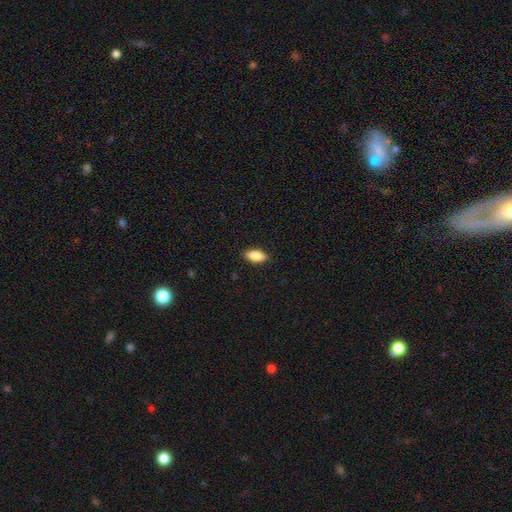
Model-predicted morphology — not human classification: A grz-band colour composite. It shows a smooth galaxy with no disk features (79%) that is in between round and cigar-shaped (81%). Merging: none (88%).